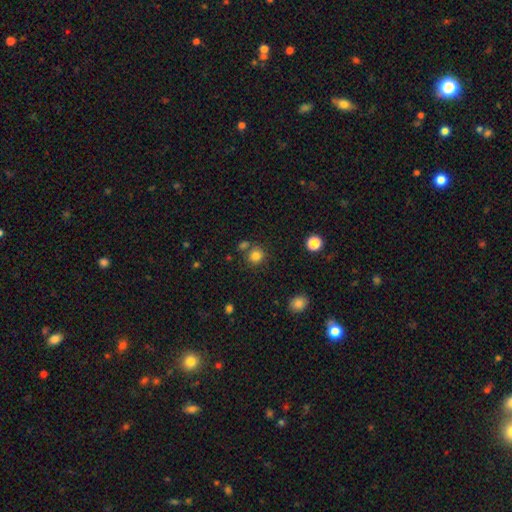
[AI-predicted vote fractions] Smooth or featured?
  - smooth: 81% *
  - star or artifact: 13%
  - featured or disk: 6%
How rounded?
  - round: 89% *
  - in between: 10%
  - cigar-shaped: 1%
Merging?
  - none: 73% *
  - merger: 14%
  - minor disturbance: 10%
  - major disturbance: 4%